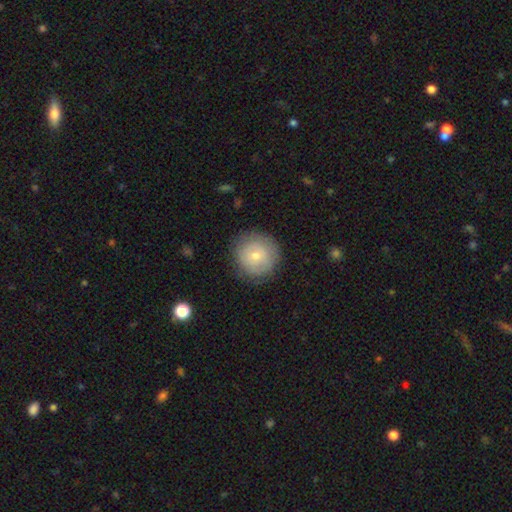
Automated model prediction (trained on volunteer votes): Smooth or featured? Predicted: smooth (p=0.67). How rounded? Predicted: round (p=0.94). Merging? Predicted: none (p=0.83).